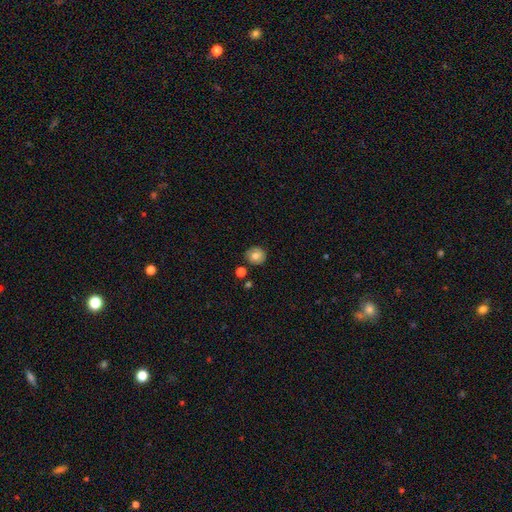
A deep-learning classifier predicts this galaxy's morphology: smooth 74%, featured or disk 16%, star or artifact 9%. Down the decision tree: how rounded — round (89%); merging — none (84%).